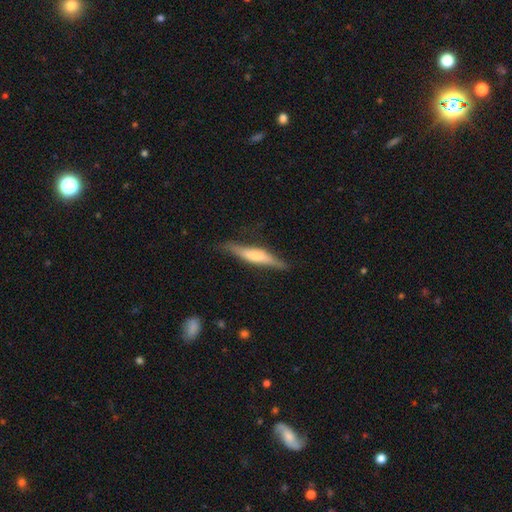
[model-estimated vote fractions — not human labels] This appears to be a smooth galaxy with no disk features (48%). Merging: none (73%).